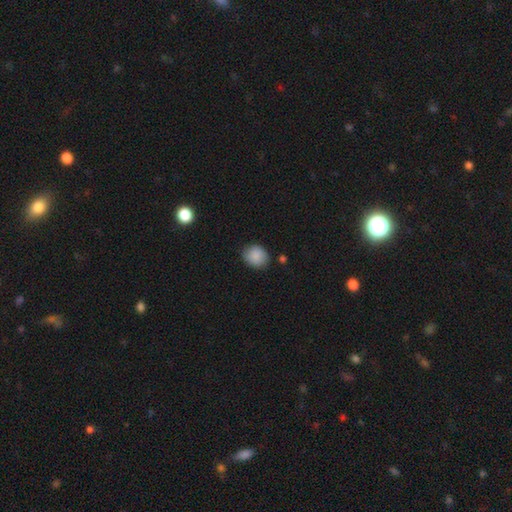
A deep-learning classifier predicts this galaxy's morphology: smooth 88%, star or artifact 7%, featured or disk 4%. Down the decision tree: how rounded — round (65%); merging — none (81%).